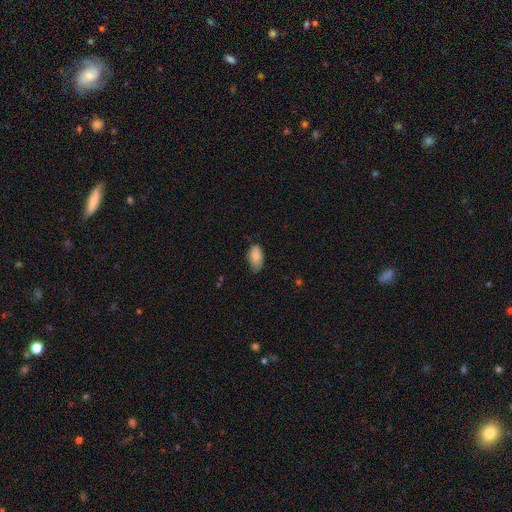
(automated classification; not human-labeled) Smooth or featured? Predicted: smooth (p=0.82). How rounded? Predicted: in between (p=0.94). Merging? Predicted: none (p=0.59).